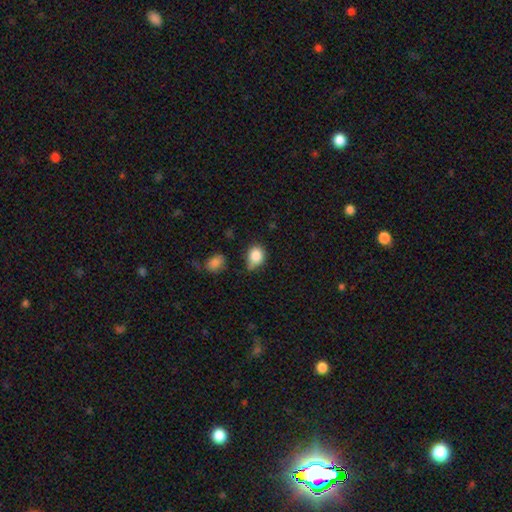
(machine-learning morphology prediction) Smooth or featured? Predicted: smooth (p=0.84). How rounded? Predicted: round (p=0.52). Merging? Predicted: none (p=0.47).